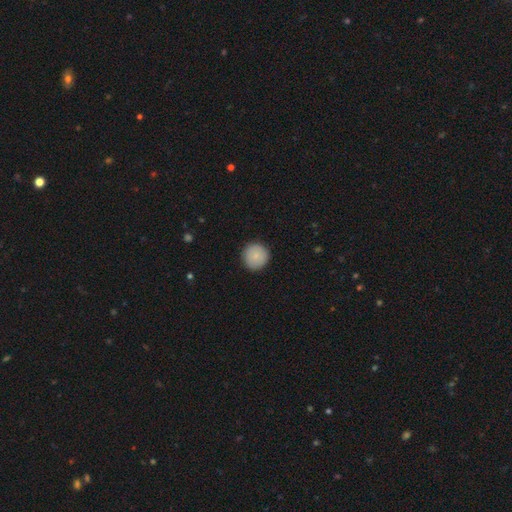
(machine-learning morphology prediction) Q: Smooth or featured?
A: smooth (85%); runner-up: featured or disk (8%)
Q: How rounded?
A: round (95%); runner-up: in between (4%)
Q: Merging?
A: none (91%); runner-up: minor disturbance (6%)